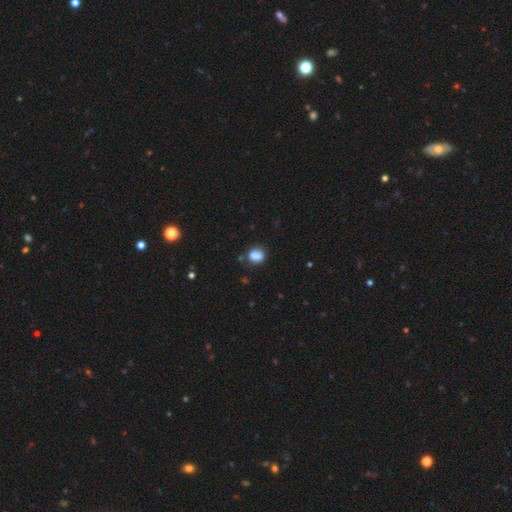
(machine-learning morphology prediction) Q: Smooth or featured?
A: smooth (82%); runner-up: star or artifact (10%)
Q: How rounded?
A: round (52%); runner-up: in between (46%)
Q: Merging?
A: none (63%); runner-up: minor disturbance (22%)